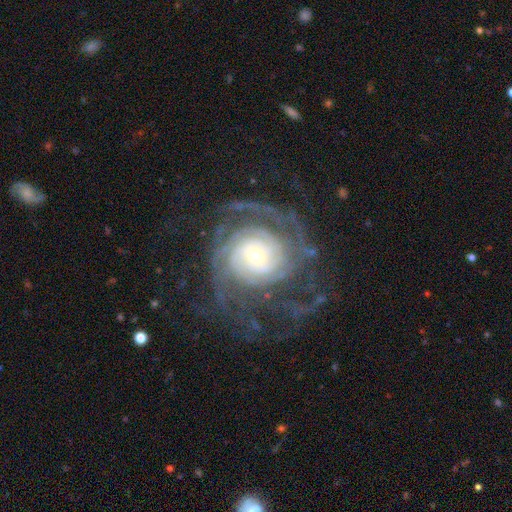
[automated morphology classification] The model was most divided on "spiral arm count": can't tell: 26%, 2: 19%, 4: 18%, 3: 16%, more than 4: 13%, 1: 9%. More confident: spiral arms — yes (98%); edge-on disk — no (98%); smooth or featured — featured or disk (90%); spiral winding — tight (71%); merging — none (70%); bulge size — small (54%); bar — no (52%).